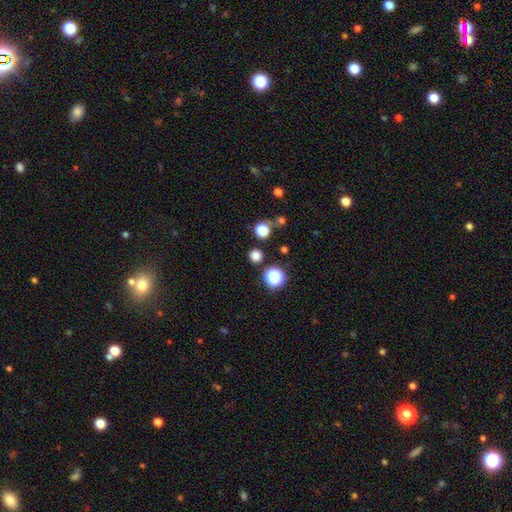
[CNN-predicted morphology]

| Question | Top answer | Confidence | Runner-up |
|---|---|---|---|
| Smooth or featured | smooth | 75% | star or artifact (20%) |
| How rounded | round | 93% | in between (6%) |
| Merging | none | 85% | minor disturbance (7%) |